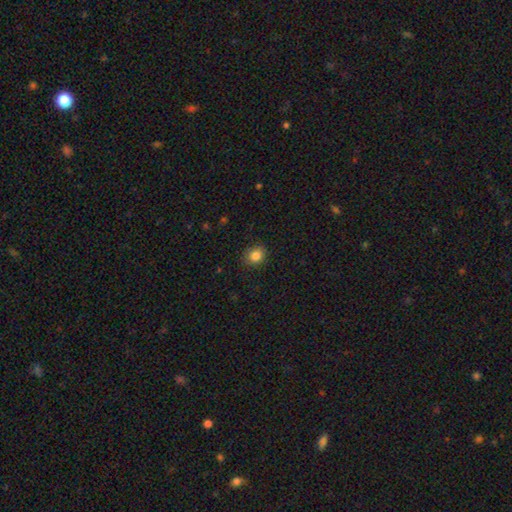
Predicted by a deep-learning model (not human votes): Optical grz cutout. It shows a smooth galaxy with no disk features (85%) that is round (63%). Merging: none (85%).